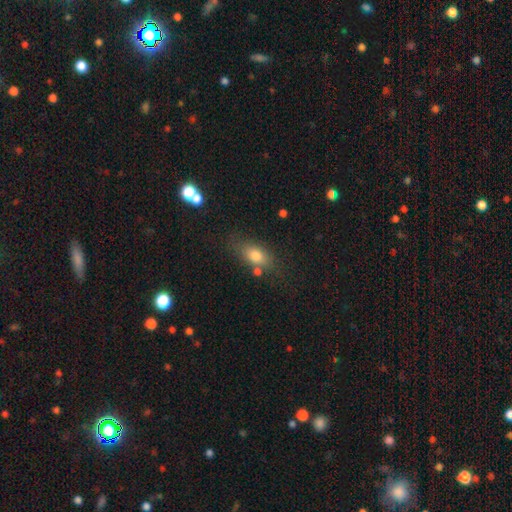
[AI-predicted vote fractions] smooth-or-featured: smooth: 77% | featured or disk: 14% | star or artifact: 9%
  how-rounded: in between: 81% | round: 11% | cigar-shaped: 8%
  merging: none: 67% | minor disturbance: 18% | merger: 9% | major disturbance: 6%